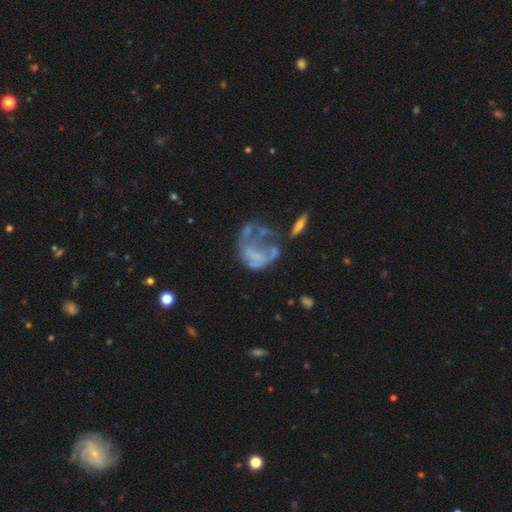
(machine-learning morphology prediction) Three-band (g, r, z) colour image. It shows a featured or disk galaxy (64%) with no bar (80%), no spiral arms (75%) and no central bulge (78%). Merging: major disturbance (48%).